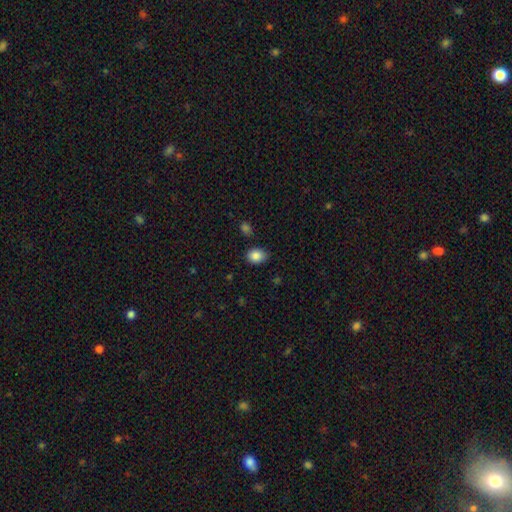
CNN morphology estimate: Smooth or featured: smooth — 86% (star or artifact — 9%)
How rounded: in between — 64% (round — 35%)
Merging: none — 79% (minor disturbance — 16%)